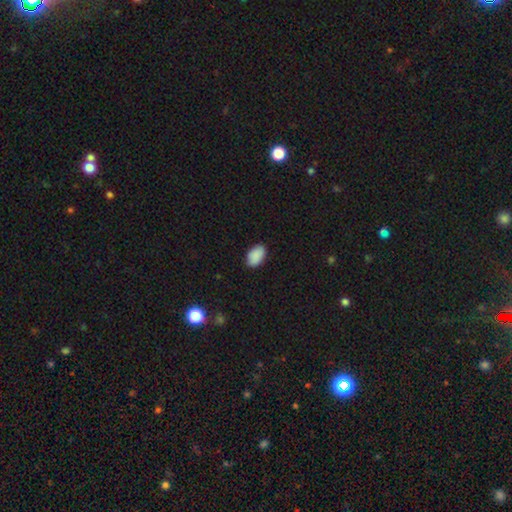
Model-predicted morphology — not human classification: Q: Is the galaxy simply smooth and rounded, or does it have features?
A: smooth — 90%.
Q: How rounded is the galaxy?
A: in between — 92%.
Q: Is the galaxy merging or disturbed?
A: none — 86%.